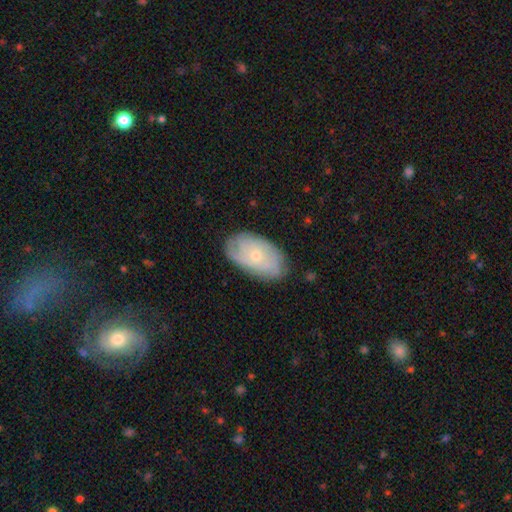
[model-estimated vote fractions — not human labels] Smooth or featured?
  - featured or disk: 57% *
  - smooth: 36%
  - star or artifact: 7%
Edge-on disk?
  - no: 93% *
  - yes: 7%
Bar?
  - no: 84% *
  - weak: 13%
  - strong: 2%
Spiral arms?
  - yes: 77% *
  - no: 23%
Bulge size?
  - small: 71% *
  - moderate: 26%
  - none: 1%
  - large: 1%
  - dominant: 1%
Merging?
  - none: 78% *
  - minor disturbance: 17%
  - major disturbance: 4%
  - merger: 1%